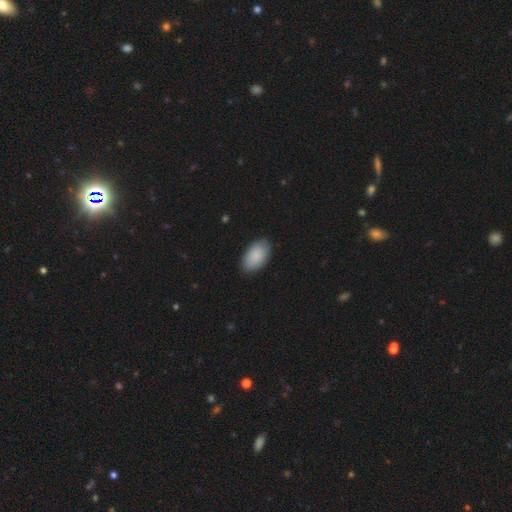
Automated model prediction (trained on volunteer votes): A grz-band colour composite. It shows a smooth galaxy with no disk features (88%) that is in between round and cigar-shaped (95%). Merging: none (86%).